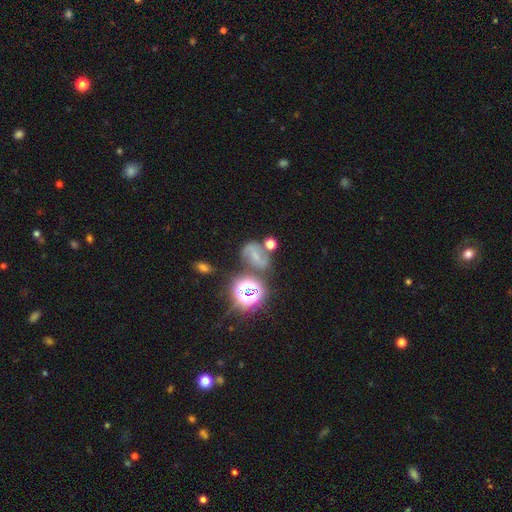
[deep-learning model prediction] A featured or disk galaxy (51%). Merging: none (57%).